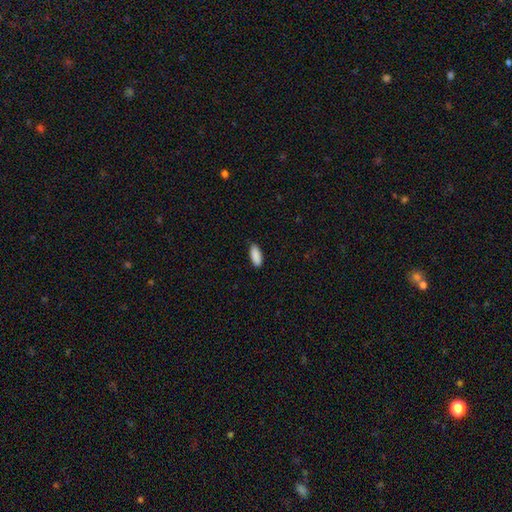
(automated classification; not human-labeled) Morphology: type=smooth (91%); roundness=in between (80%); merging=none (87%).